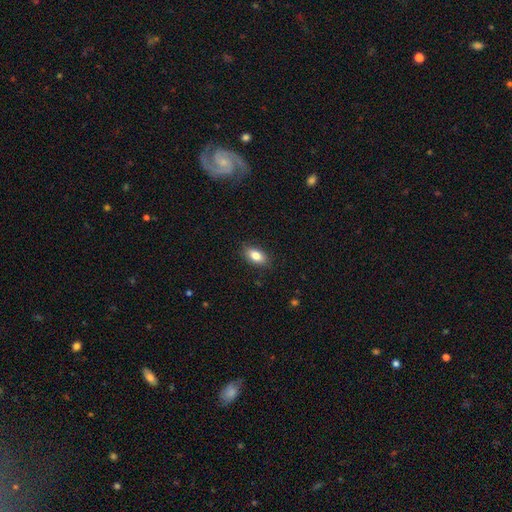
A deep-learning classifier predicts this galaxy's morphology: This is clearly a smooth galaxy (83%). How rounded: clearly in between (89%). Merging: clearly none (86%).